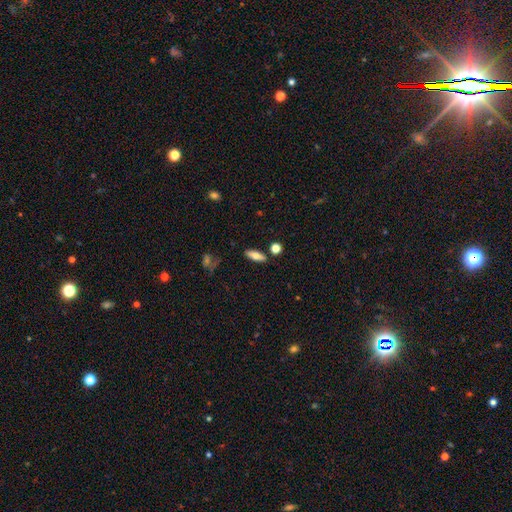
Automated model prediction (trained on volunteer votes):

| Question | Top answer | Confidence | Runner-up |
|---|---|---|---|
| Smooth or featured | smooth | 69% | featured or disk (23%) |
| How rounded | in between | 61% | cigar-shaped (36%) |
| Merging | none | 83% | minor disturbance (10%) |